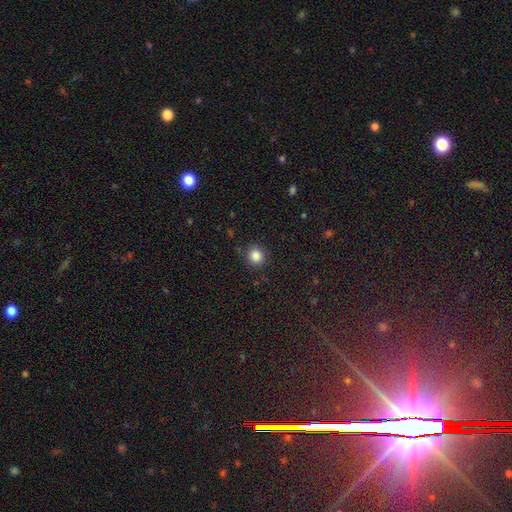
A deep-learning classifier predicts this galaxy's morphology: This is clearly a smooth galaxy (86%). How rounded: clearly round (89%). Merging: clearly none (89%).